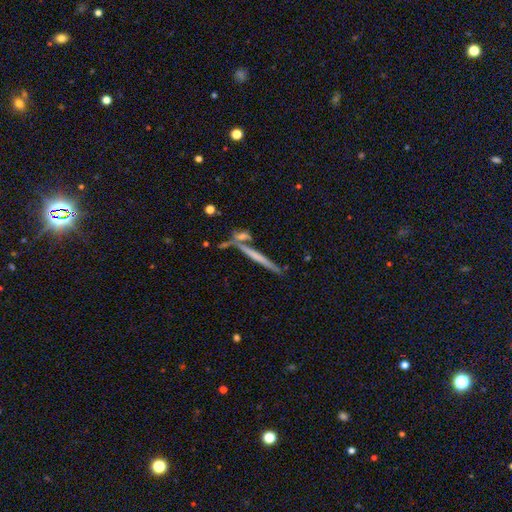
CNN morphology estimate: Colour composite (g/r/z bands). It shows a featured or disk galaxy (52%) viewed edge-on (95%). Merging: none (75%).